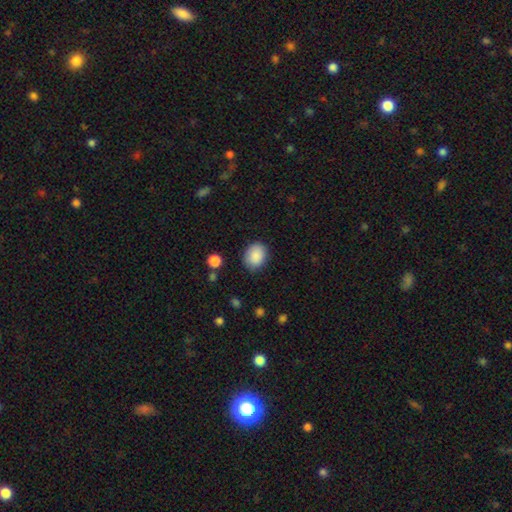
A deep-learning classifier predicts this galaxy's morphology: type=smooth (89%); roundness=in between (52%); merging=none (84%).